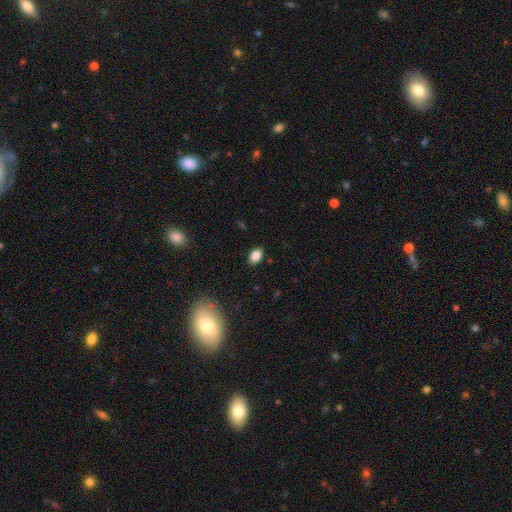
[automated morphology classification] Q: Smooth or featured?
A: smooth (85%); runner-up: star or artifact (9%)
Q: How rounded?
A: in between (88%); runner-up: round (10%)
Q: Merging?
A: none (87%); runner-up: minor disturbance (10%)